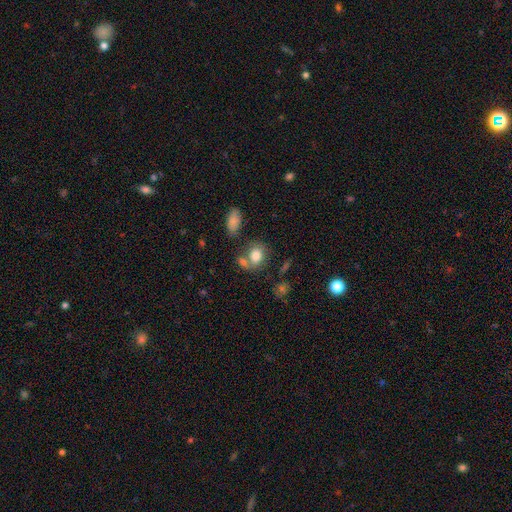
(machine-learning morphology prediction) Smooth or featured: smooth — 79% (featured or disk — 11%)
How rounded: in between — 54% (round — 45%)
Merging: none — 53% (merger — 27%)